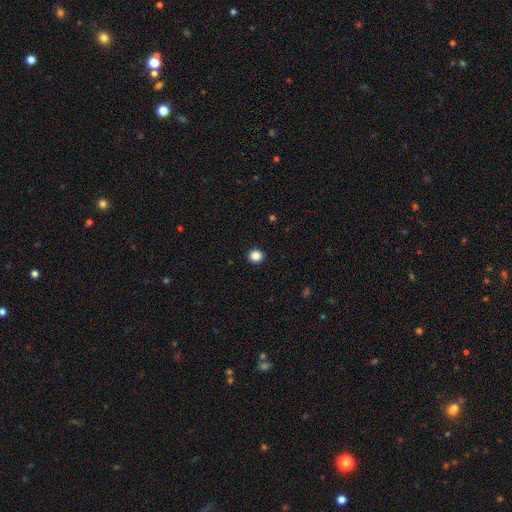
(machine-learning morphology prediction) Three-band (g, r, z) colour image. It shows a smooth galaxy with no disk features (85%) that is round (89%). Merging: none (93%).